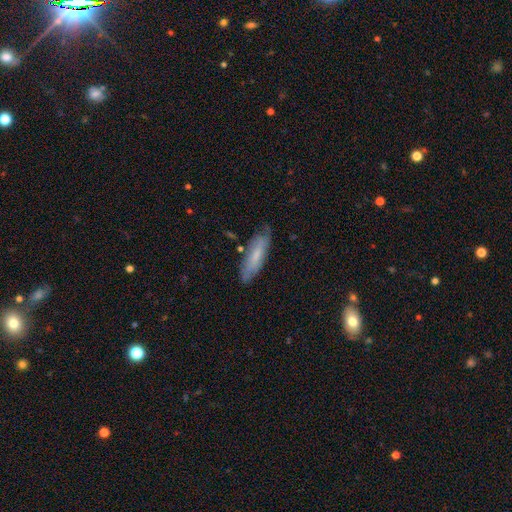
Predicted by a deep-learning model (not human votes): This is likely a smooth galaxy (62%). How rounded: likely cigar-shaped (60%). Merging: likely none (76%).